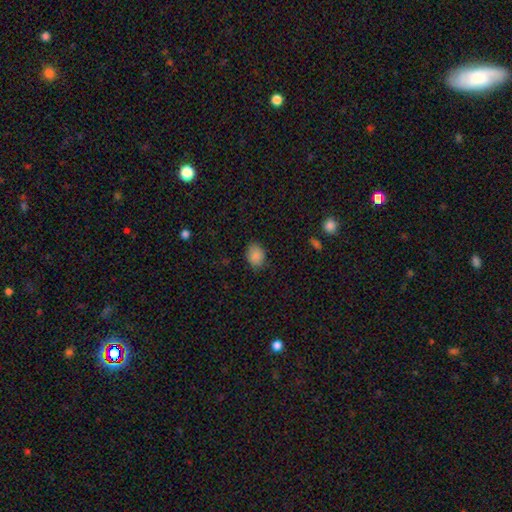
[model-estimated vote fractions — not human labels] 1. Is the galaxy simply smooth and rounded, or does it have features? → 87% smooth, 9% star or artifact, 4% featured or disk.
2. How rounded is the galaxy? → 59% in between, 40% round, 1% cigar-shaped.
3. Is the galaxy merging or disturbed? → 81% none, 15% minor disturbance, 3% major disturbance, 1% merger.